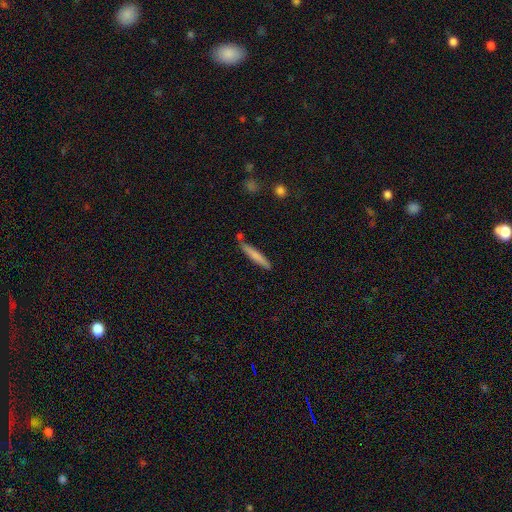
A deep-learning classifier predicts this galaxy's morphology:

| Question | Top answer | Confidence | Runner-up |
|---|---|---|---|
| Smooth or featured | smooth | 73% | featured or disk (21%) |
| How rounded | cigar-shaped | 94% | in between (5%) |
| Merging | none | 74% | minor disturbance (16%) |